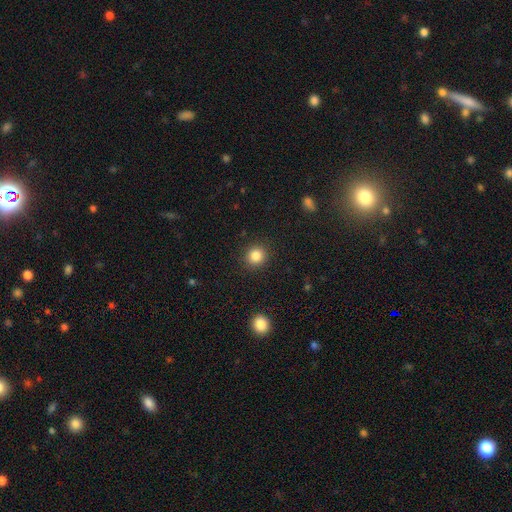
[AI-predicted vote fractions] This appears to be a smooth galaxy with no disk features (85%) that is round (90%). Merging: none (91%).